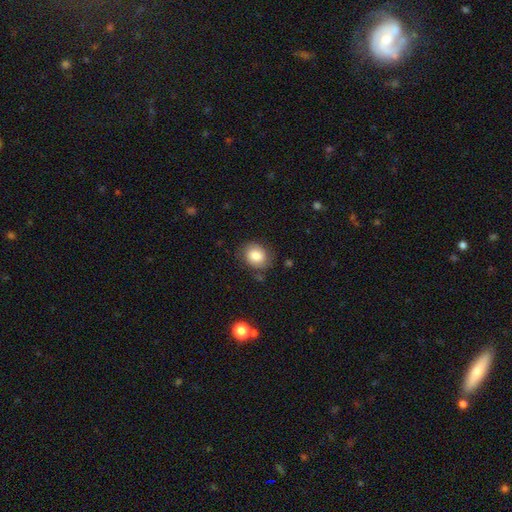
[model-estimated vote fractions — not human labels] Smooth or featured: smooth — 81% (featured or disk — 11%)
How rounded: round — 54% (in between — 45%)
Merging: none — 78% (minor disturbance — 16%)